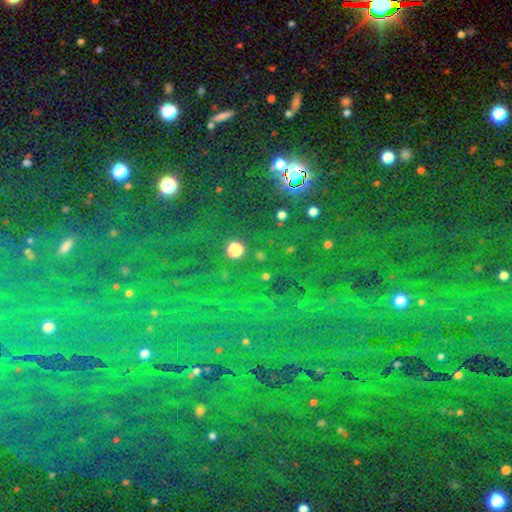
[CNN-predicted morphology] A star or artifact, not a galaxy (83%).